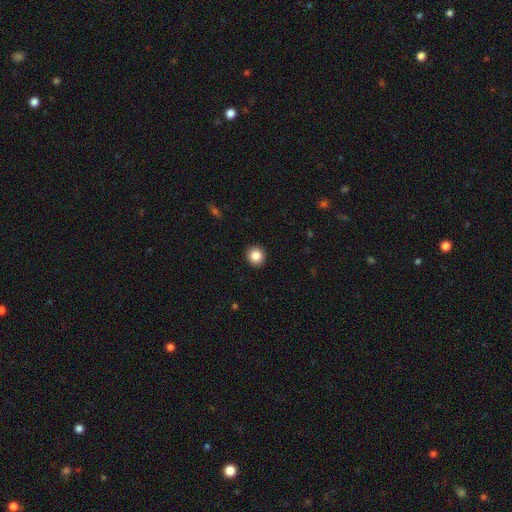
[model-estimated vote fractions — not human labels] smooth-or-featured: smooth: 87% | star or artifact: 9% | featured or disk: 4%
  how-rounded: round: 94% | in between: 5% | cigar-shaped: 1%
  merging: none: 93% | minor disturbance: 4% | major disturbance: 1% | merger: 1%